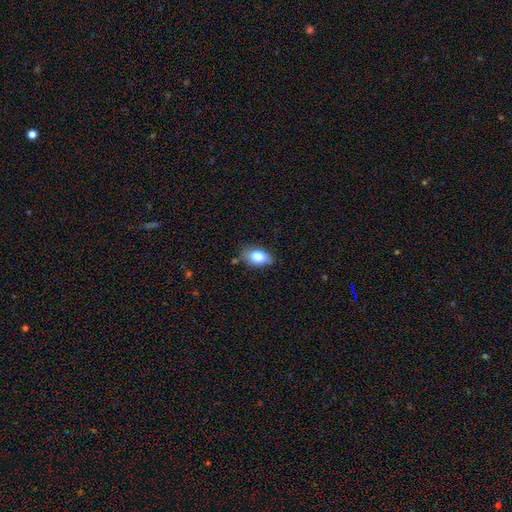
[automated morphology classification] This is likely a smooth galaxy (76%). How rounded: clearly in between (88%). Merging: likely none (73%).